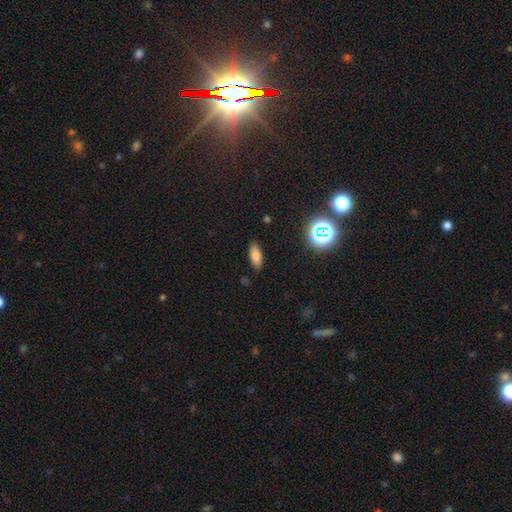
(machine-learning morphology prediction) Smooth or featured? Predicted: smooth (p=0.79). How rounded? Predicted: in between (p=0.79). Merging? Predicted: none (p=0.86).